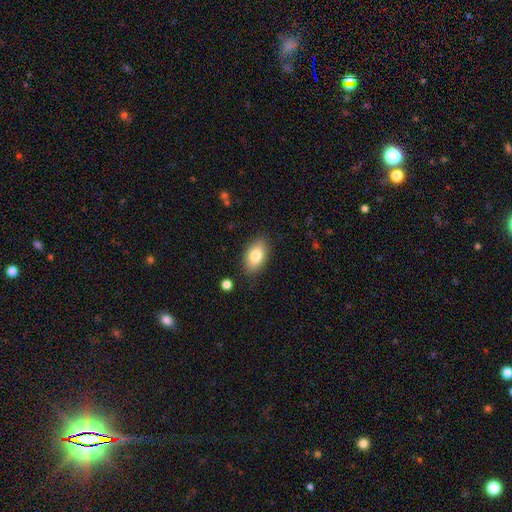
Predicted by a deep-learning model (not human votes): Smooth or featured: smooth — 80% (featured or disk — 13%)
How rounded: in between — 91% (round — 6%)
Merging: none — 86% (minor disturbance — 10%)